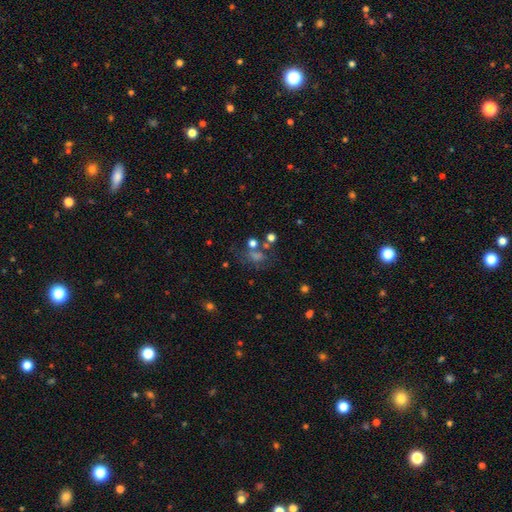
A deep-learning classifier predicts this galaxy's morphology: Smooth or featured?
  - smooth: 39% *
  - star or artifact: 35%
  - featured or disk: 26%
Merging?
  - none: 48% *
  - major disturbance: 19%
  - minor disturbance: 17%
  - merger: 16%